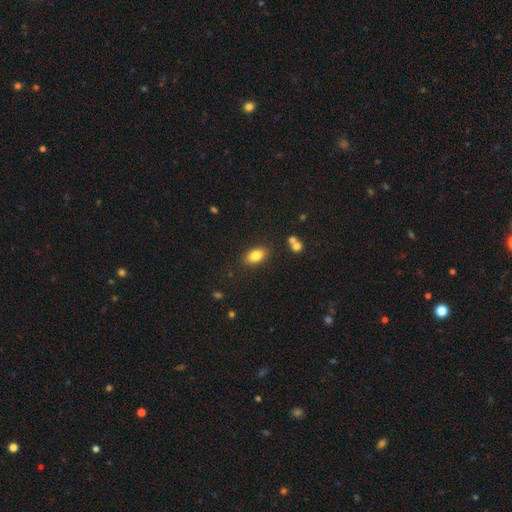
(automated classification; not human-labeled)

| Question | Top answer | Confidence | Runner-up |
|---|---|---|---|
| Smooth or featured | smooth | 81% | featured or disk (10%) |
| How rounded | in between | 89% | round (8%) |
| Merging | none | 84% | minor disturbance (10%) |